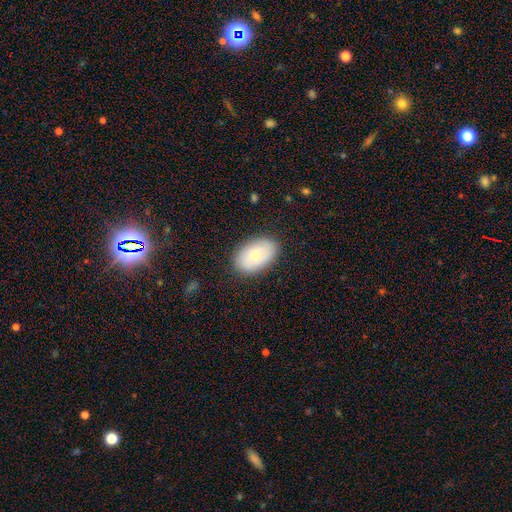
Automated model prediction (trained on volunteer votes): This is likely a smooth galaxy (74%). How rounded: clearly in between (91%). Merging: clearly none (86%).